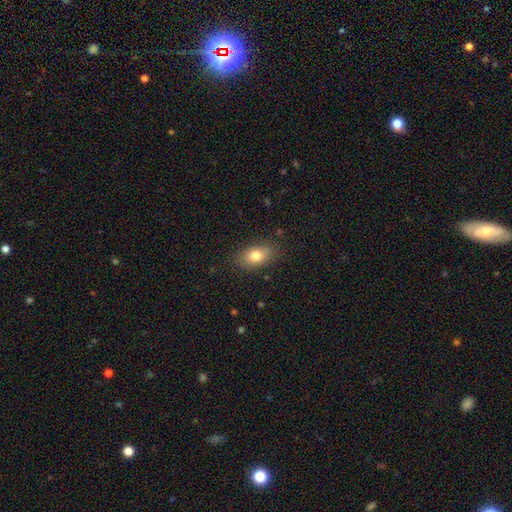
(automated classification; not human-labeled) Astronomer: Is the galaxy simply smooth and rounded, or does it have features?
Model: smooth — 79%.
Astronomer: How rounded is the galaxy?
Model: in between — 85%.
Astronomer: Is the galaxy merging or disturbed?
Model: none — 84%.